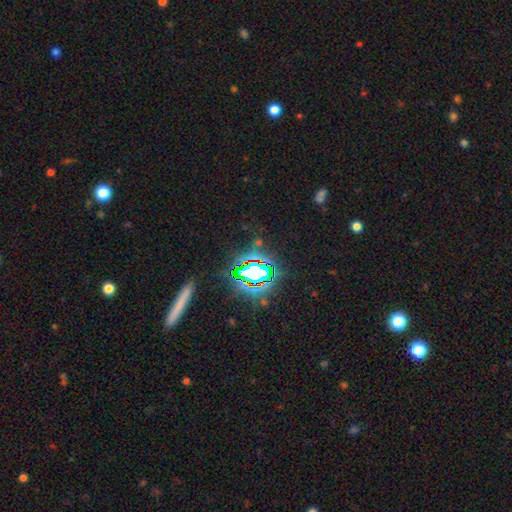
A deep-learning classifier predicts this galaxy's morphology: Q: Smooth or featured?
A: star or artifact (75%); runner-up: smooth (15%)